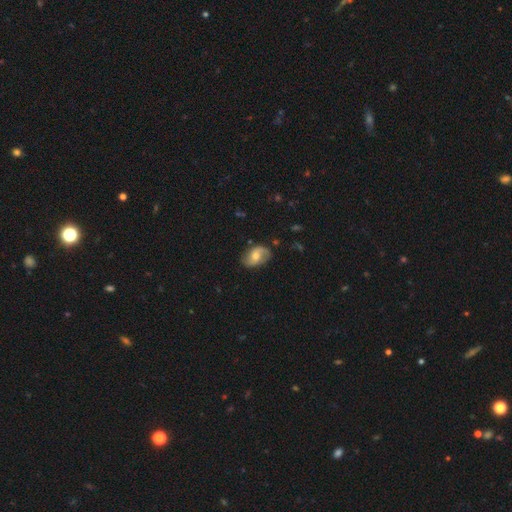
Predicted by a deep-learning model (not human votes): Smooth or featured: featured or disk — 62% (smooth — 31%)
Edge-on disk: no — 96% (yes — 4%)
Bar: no — 54% (weak — 36%)
Spiral arms: yes — 87% (no — 13%)
Spiral winding: loose — 55% (medium — 31%)
Spiral arm count: 2 — 86% (can't tell — 6%)
Bulge size: moderate — 65% (small — 28%)
Merging: none — 77% (minor disturbance — 18%)